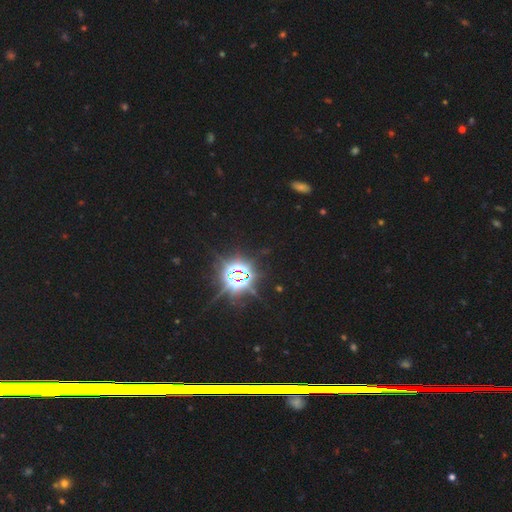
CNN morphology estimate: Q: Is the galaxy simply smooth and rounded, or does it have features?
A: star or artifact — 82%.